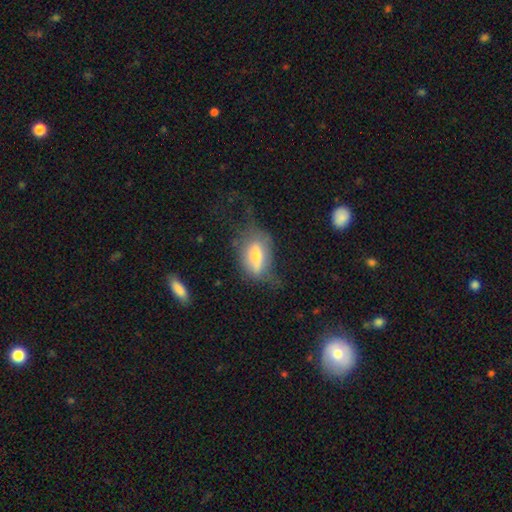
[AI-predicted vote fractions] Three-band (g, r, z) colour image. It shows a smooth galaxy with no disk features (51%) that is in between round and cigar-shaped (80%). Merging: none (38%).